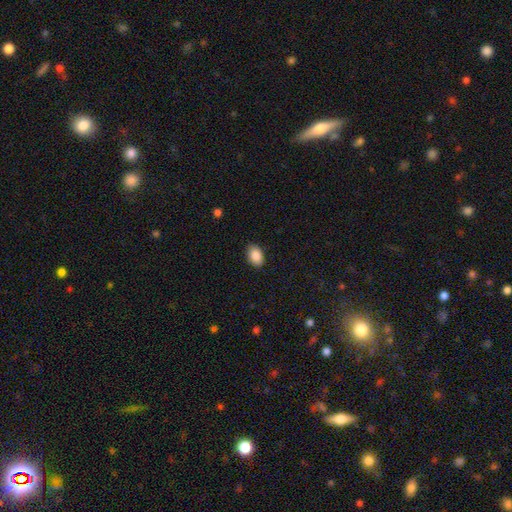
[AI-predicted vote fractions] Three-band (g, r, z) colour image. It shows a smooth galaxy with no disk features (89%) that is in between round and cigar-shaped (87%). Merging: none (88%).